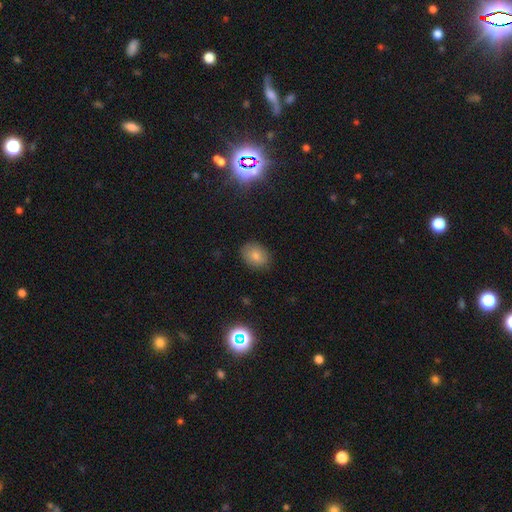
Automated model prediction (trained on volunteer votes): This is likely a smooth galaxy (79%). How rounded: likely in between (63%). Merging: clearly none (86%).